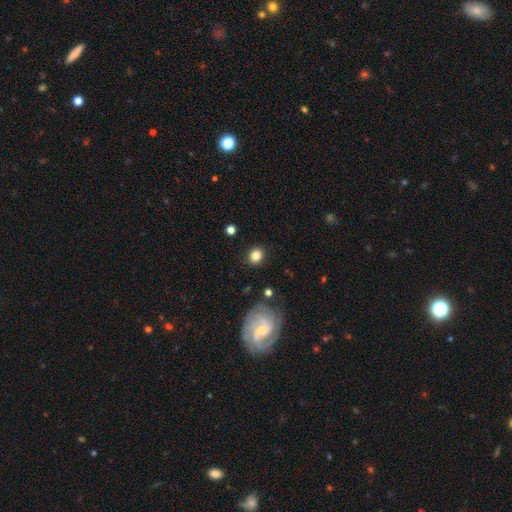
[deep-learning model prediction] smooth-or-featured: smooth: 83% | star or artifact: 10% | featured or disk: 7%
  how-rounded: round: 82% | in between: 17% | cigar-shaped: 1%
  merging: none: 87% | minor disturbance: 8% | major disturbance: 3% | merger: 2%